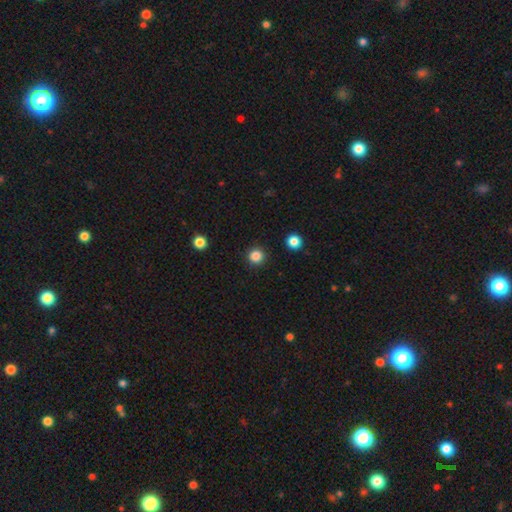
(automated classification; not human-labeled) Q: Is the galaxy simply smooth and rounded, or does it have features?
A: smooth — 84%.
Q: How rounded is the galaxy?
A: round — 95%.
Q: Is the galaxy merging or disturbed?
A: none — 92%.